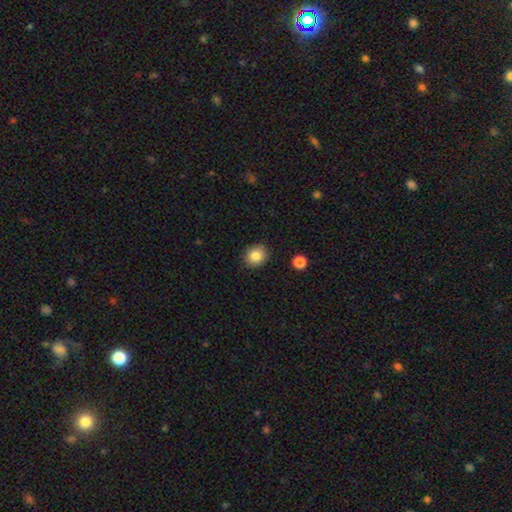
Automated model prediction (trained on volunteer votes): Smooth or featured? Predicted: smooth (p=0.83). How rounded? Predicted: round (p=0.72). Merging? Predicted: none (p=0.88).